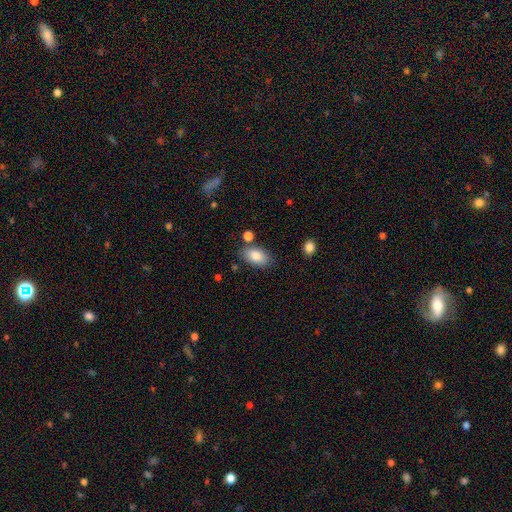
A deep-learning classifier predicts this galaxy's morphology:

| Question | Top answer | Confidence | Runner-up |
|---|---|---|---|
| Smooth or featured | smooth | 84% | featured or disk (9%) |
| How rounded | in between | 92% | round (6%) |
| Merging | none | 78% | minor disturbance (13%) |